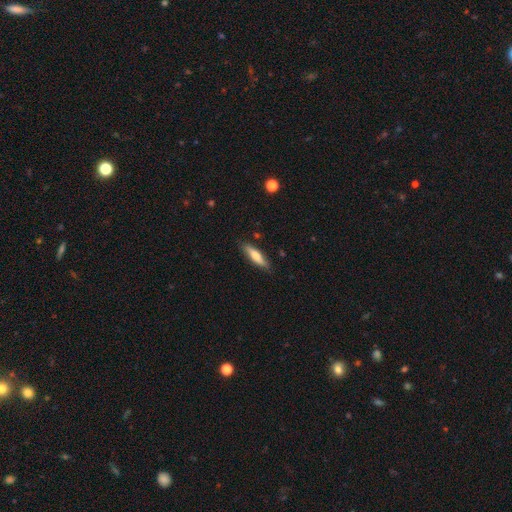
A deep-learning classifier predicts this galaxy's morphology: A smooth galaxy with no disk features (62%) that is cigar-shaped (70%). Merging: none (84%).